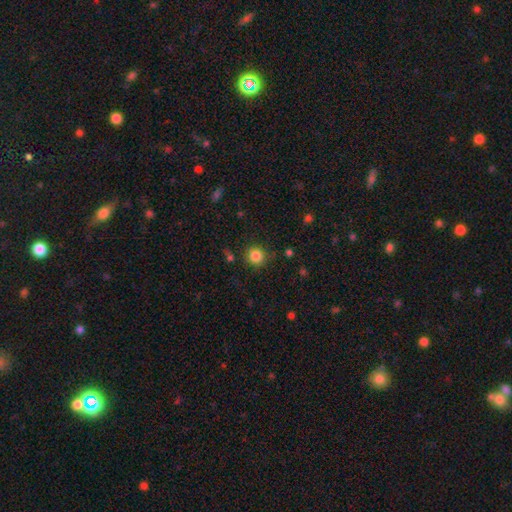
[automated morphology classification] smooth_or_featured: smooth (p=0.84) [alt: star or artifact p=0.11]
how_rounded: round (p=0.92) [alt: in between p=0.07]
merging: none (p=0.86) [alt: minor disturbance p=0.09]